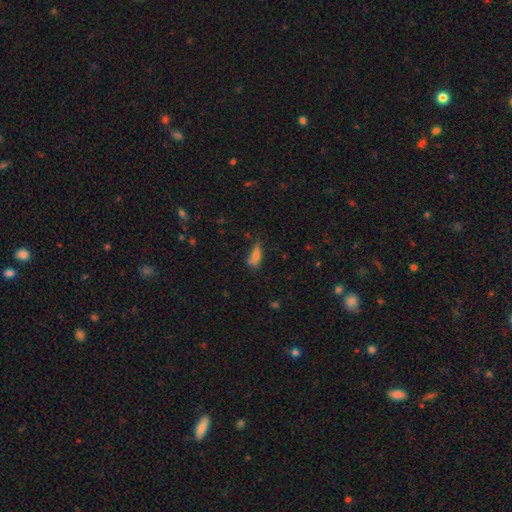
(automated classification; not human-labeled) Smooth or featured: smooth — 68% (featured or disk — 21%)
How rounded: in between — 58% (cigar-shaped — 38%)
Merging: none — 52% (minor disturbance — 25%)